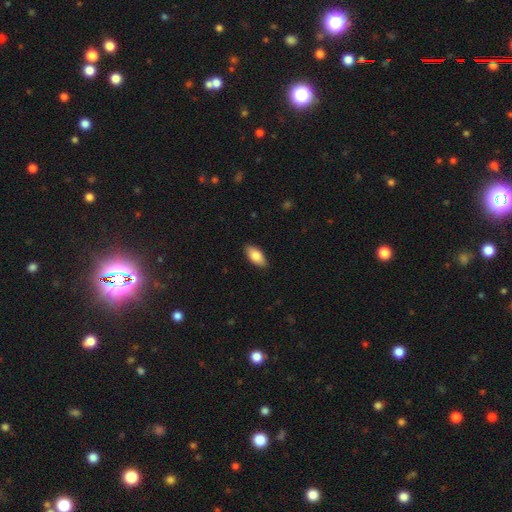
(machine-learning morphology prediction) type=smooth (84%); roundness=in between (91%); merging=none (88%).